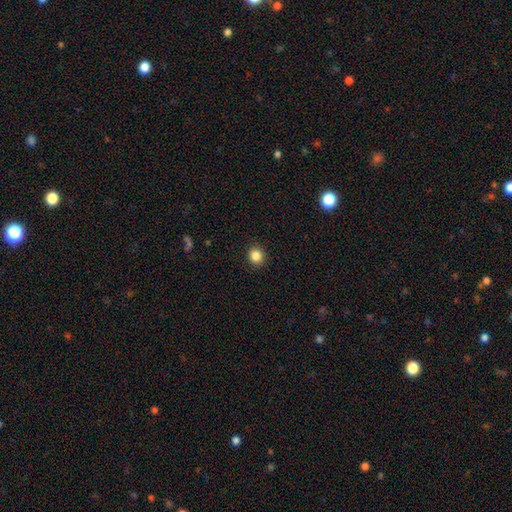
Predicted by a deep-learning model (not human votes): A smooth galaxy with no disk features (86%) that is round (88%). Merging: none (92%).